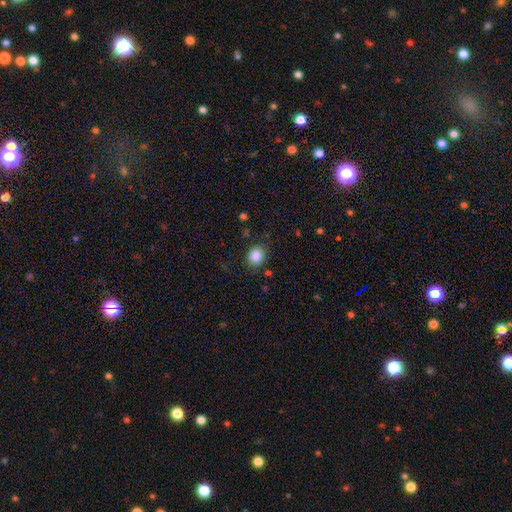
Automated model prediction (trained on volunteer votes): Smooth or featured: smooth — 87% (star or artifact — 10%)
How rounded: round — 65% (in between — 34%)
Merging: none — 84% (minor disturbance — 11%)